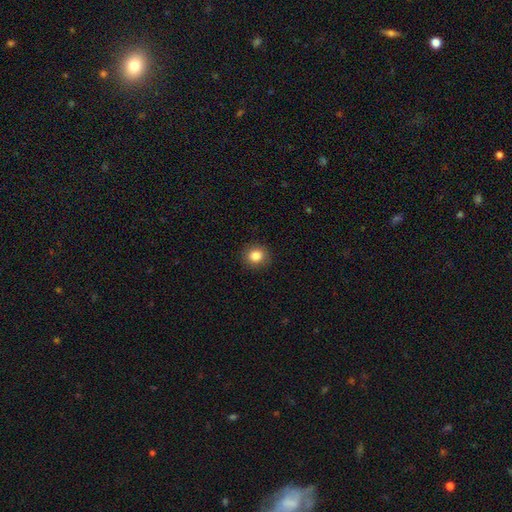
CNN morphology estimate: This is clearly a smooth galaxy (85%). How rounded: clearly round (85%). Merging: clearly none (90%).